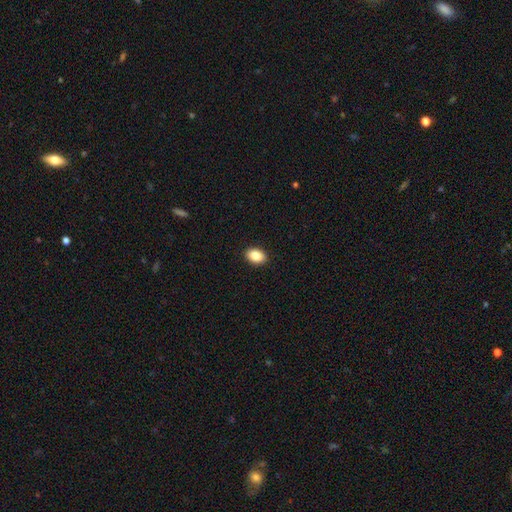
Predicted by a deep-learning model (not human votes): The model was most divided on "how rounded": in between: 83%, round: 16%, cigar-shaped: 1%. More confident: merging — none (91%); smooth or featured — smooth (87%).